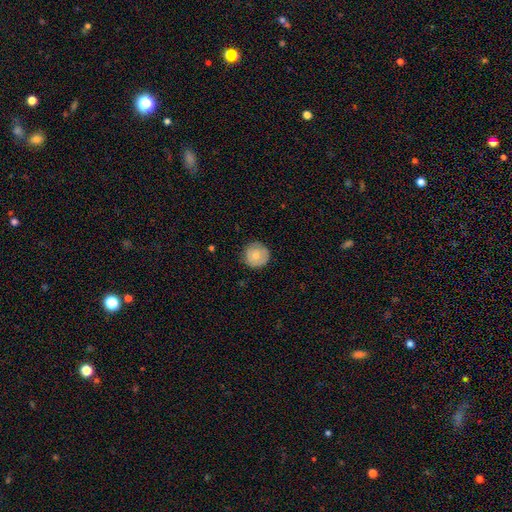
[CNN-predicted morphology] smooth-or-featured: smooth: 73% | featured or disk: 19% | star or artifact: 7%
  how-rounded: round: 95% | in between: 4% | cigar-shaped: 1%
  merging: none: 84% | minor disturbance: 13% | major disturbance: 2% | merger: 1%